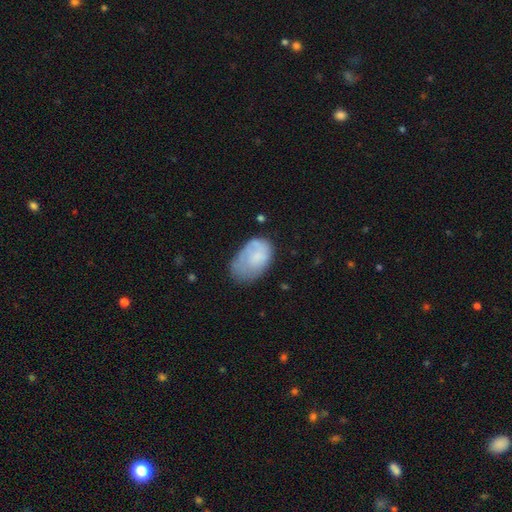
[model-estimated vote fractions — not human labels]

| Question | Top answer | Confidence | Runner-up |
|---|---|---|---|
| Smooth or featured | smooth | 67% | featured or disk (26%) |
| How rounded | in between | 90% | round (9%) |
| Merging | none | 43% | minor disturbance (35%) |